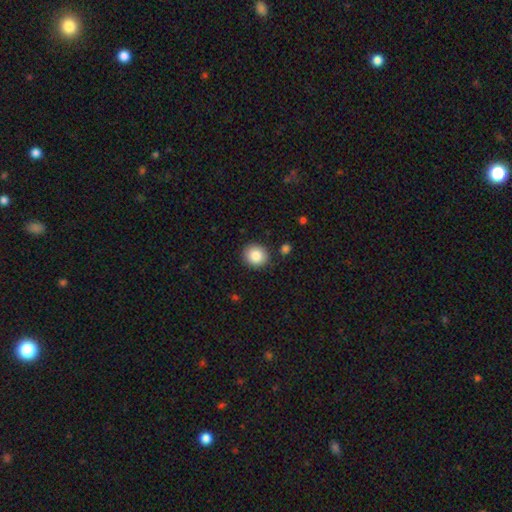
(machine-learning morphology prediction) Smooth or featured: smooth — 86% (star or artifact — 9%)
How rounded: round — 82% (in between — 17%)
Merging: none — 87% (minor disturbance — 8%)